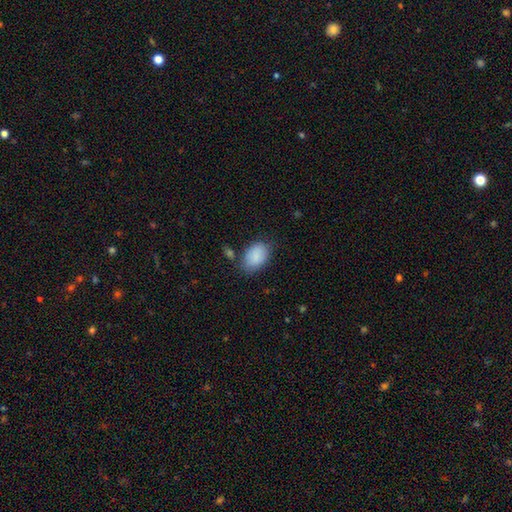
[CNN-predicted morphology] Overall: smooth (88%). How rounded: in between (87%). Merging: none (67%).